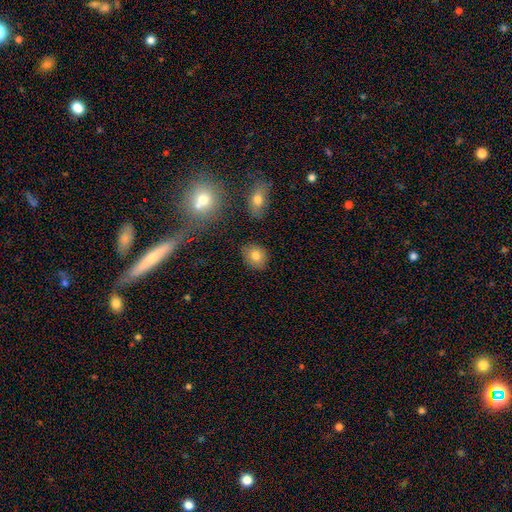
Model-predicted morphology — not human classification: smooth 80%, featured or disk 10%, star or artifact 10%. Down the decision tree: how rounded — round (58%); merging — none (86%).